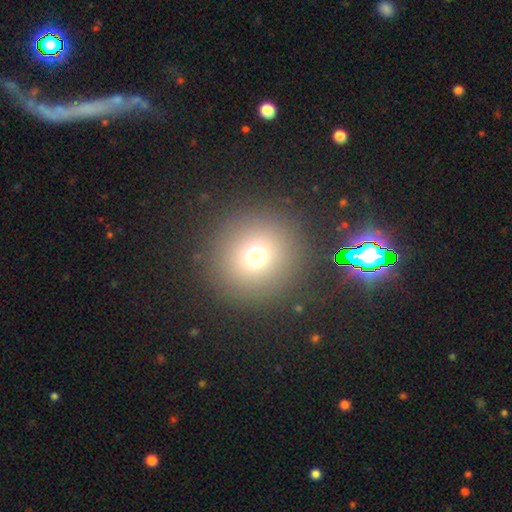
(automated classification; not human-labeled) A smooth galaxy with no disk features (70%) that is round (95%).

Vote fractions:
- Smooth or featured? smooth: 70% / star or artifact: 21% / featured or disk: 9%
- How rounded? round: 95% / in between: 4% / cigar-shaped: 1%
- Merging? none: 88% / minor disturbance: 6% / major disturbance: 4% / merger: 3%